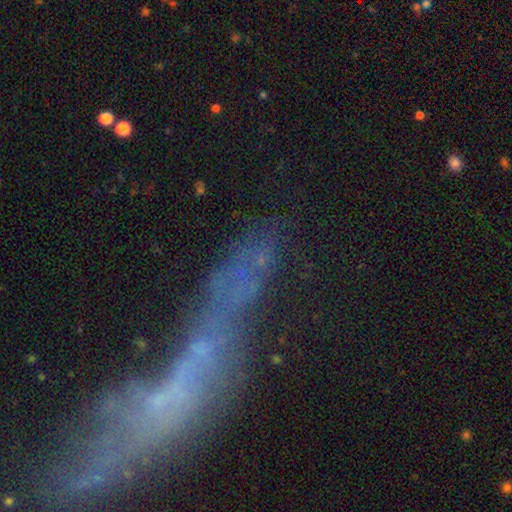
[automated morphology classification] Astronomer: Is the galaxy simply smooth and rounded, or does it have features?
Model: star or artifact — 41% (runner-up: smooth, 30%).